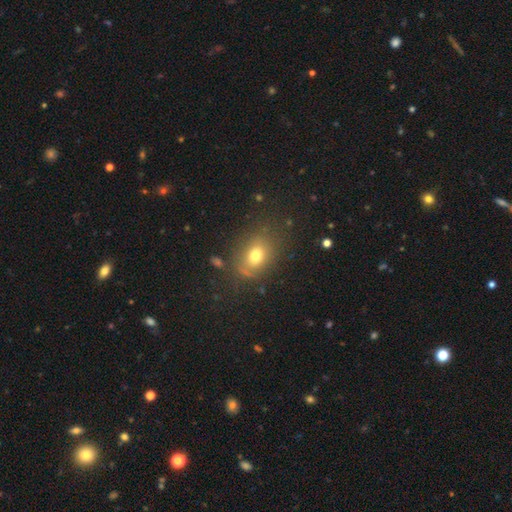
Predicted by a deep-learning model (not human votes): This is likely a smooth galaxy (72%). How rounded: likely in between (63%). Merging: likely none (73%).